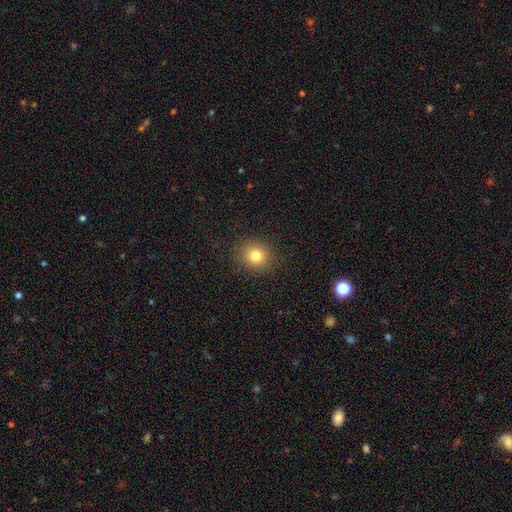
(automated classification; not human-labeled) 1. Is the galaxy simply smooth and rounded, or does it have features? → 80% smooth, 12% star or artifact, 8% featured or disk.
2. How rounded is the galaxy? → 80% round, 20% in between, 1% cigar-shaped.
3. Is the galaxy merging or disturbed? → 89% none, 8% minor disturbance, 3% major disturbance, 1% merger.